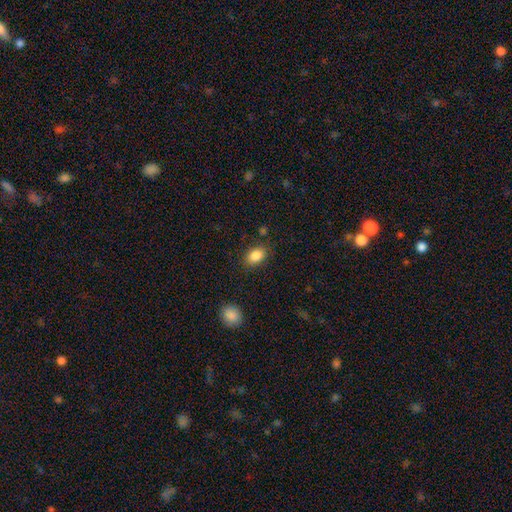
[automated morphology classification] A smooth galaxy with no disk features (86%) that is in between round and cigar-shaped (82%).

Vote fractions:
- Smooth or featured? smooth: 86% / star or artifact: 8% / featured or disk: 5%
- How rounded? in between: 82% / round: 17% / cigar-shaped: 1%
- Merging? none: 82% / minor disturbance: 12% / major disturbance: 3% / merger: 2%